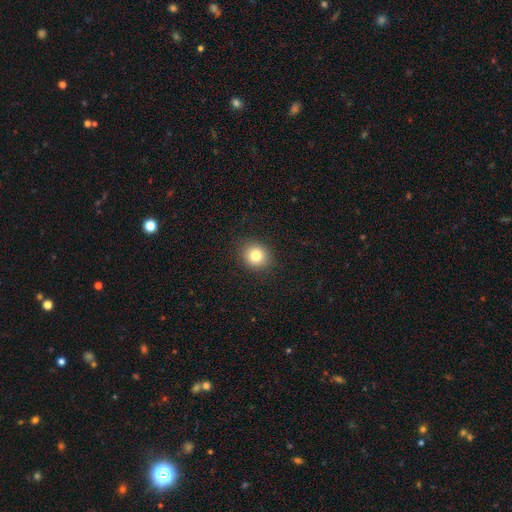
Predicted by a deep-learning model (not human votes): A smooth galaxy with no disk features (82%) that is round (81%). Merging: none (90%).